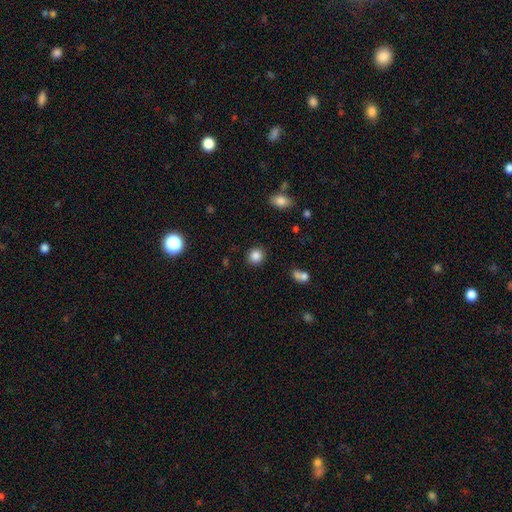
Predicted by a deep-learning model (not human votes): This is clearly a smooth galaxy (85%). How rounded: clearly round (82%). Merging: clearly none (88%).